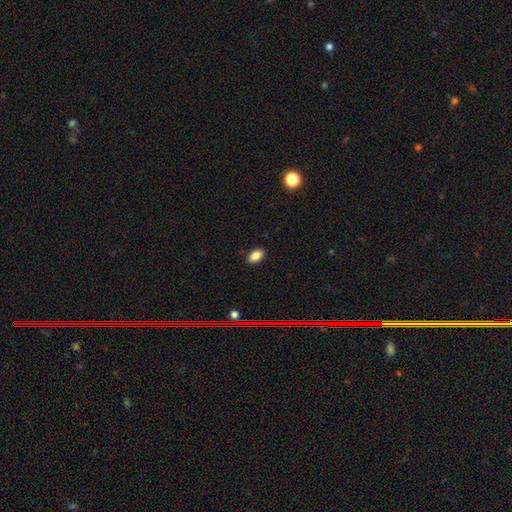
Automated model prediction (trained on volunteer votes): Q: Smooth or featured?
A: smooth (85%); runner-up: star or artifact (10%)
Q: How rounded?
A: in between (87%); runner-up: round (11%)
Q: Merging?
A: none (89%); runner-up: minor disturbance (8%)